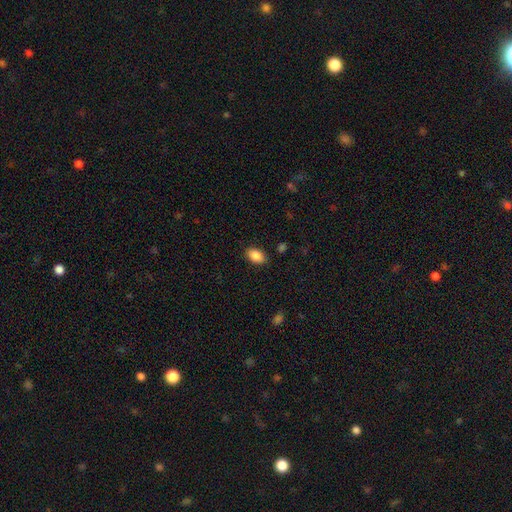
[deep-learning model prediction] Smooth or featured: smooth — 88% (star or artifact — 8%)
How rounded: in between — 90% (round — 9%)
Merging: none — 85% (minor disturbance — 11%)